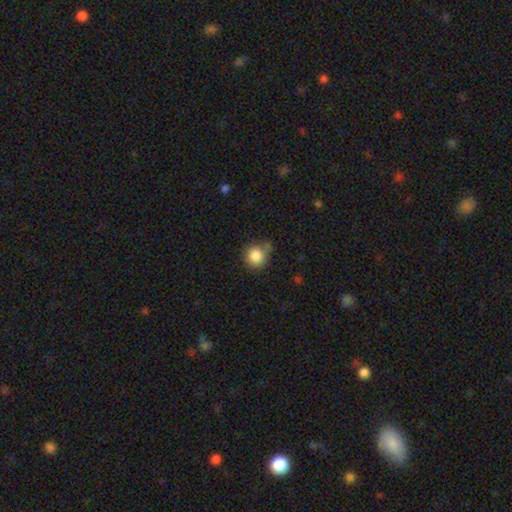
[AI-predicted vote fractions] Q: Smooth or featured?
A: smooth (86%); runner-up: star or artifact (9%)
Q: How rounded?
A: round (88%); runner-up: in between (11%)
Q: Merging?
A: none (62%); runner-up: minor disturbance (23%)